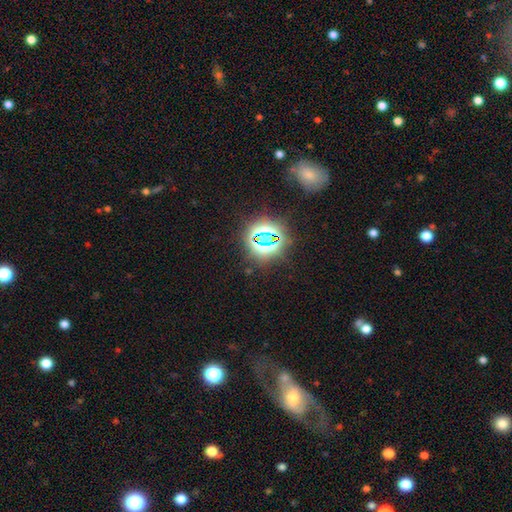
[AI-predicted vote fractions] Overall: star or artifact (63%).